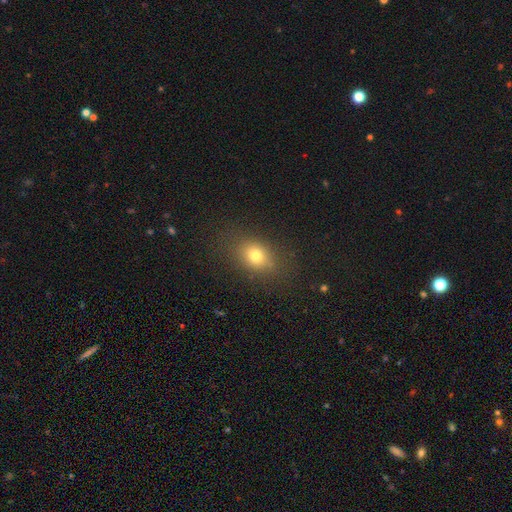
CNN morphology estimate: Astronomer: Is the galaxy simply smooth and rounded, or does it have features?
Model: smooth — 75%.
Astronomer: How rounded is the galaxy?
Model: in between — 63%.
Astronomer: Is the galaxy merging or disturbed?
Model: none — 81%.